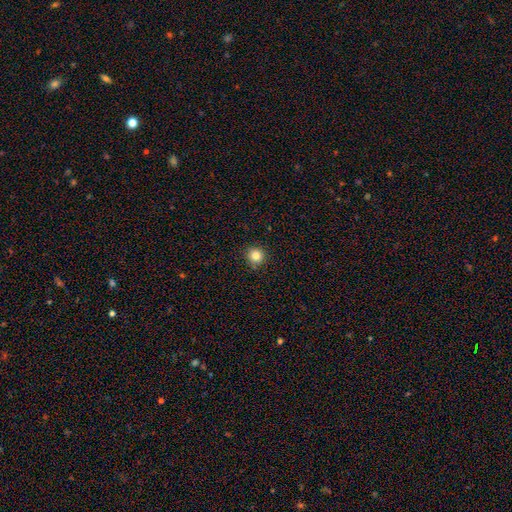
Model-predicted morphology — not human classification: Overall: smooth (83%). How rounded: round (94%). Merging: none (90%).